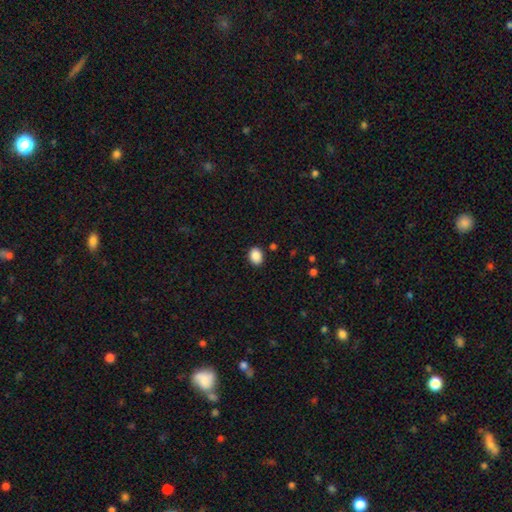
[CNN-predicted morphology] Smooth or featured? smooth (89%)
How rounded? in between (62%)
Merging? none (88%)